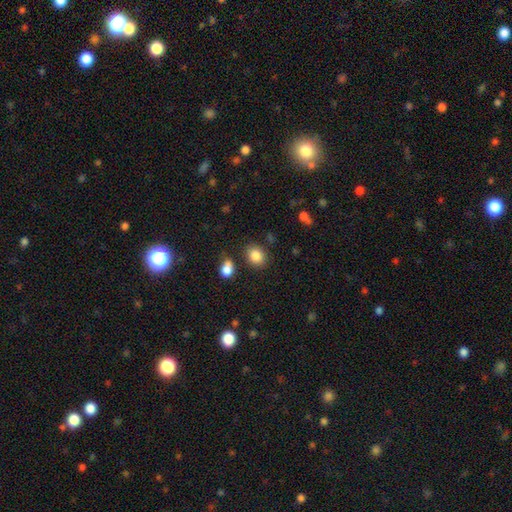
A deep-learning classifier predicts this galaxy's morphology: type=smooth (85%); roundness=round (52%); merging=none (80%).